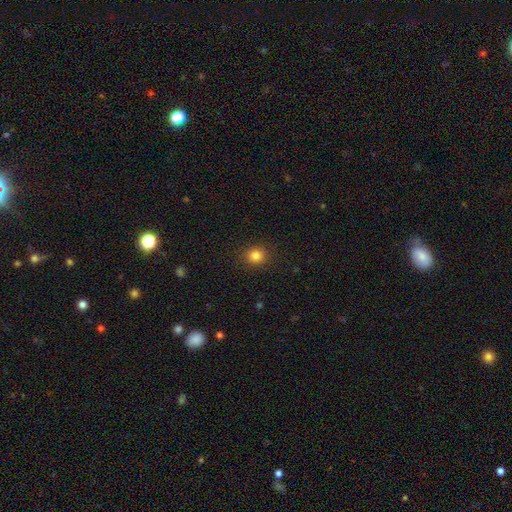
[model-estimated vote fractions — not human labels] smooth 83%, star or artifact 12%, featured or disk 4%. Down the decision tree: how rounded — round (86%); merging — none (90%).